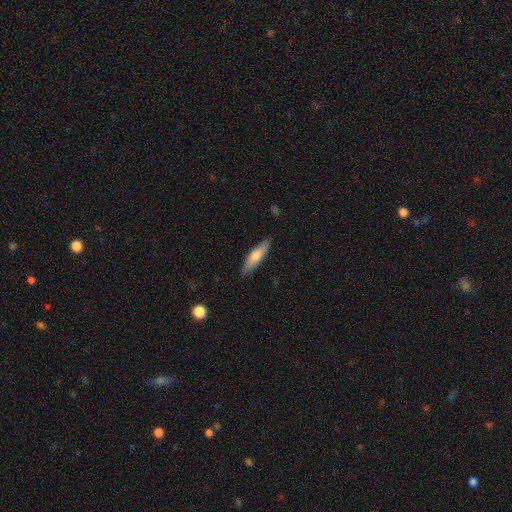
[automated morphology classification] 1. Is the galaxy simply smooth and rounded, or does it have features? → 69% smooth, 26% featured or disk, 6% star or artifact.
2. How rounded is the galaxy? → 65% cigar-shaped, 33% in between, 2% round.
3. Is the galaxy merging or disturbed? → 87% none, 10% minor disturbance, 2% major disturbance, 1% merger.